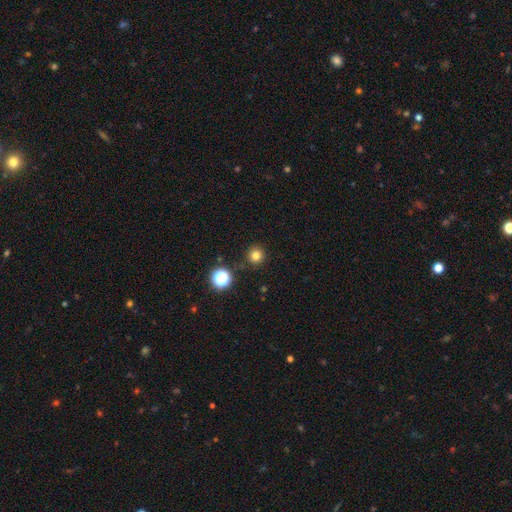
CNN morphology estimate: Overall: smooth (79%). How rounded: round (95%). Merging: none (90%).